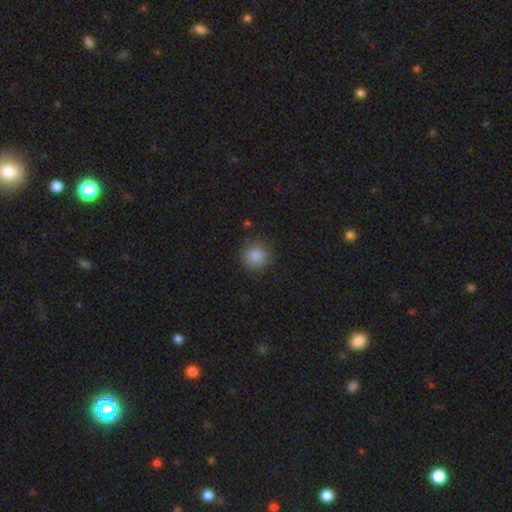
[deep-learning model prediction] smooth 86%, star or artifact 10%, featured or disk 4%. Down the decision tree: how rounded — round (93%); merging — none (86%).